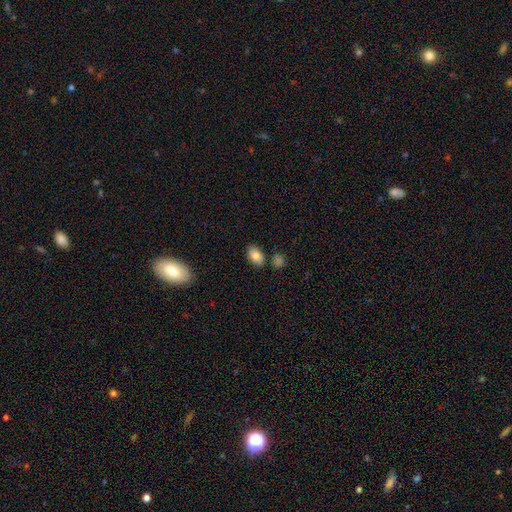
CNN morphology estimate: Smooth or featured: smooth — 83% (featured or disk — 9%)
How rounded: in between — 90% (round — 9%)
Merging: none — 80% (minor disturbance — 11%)